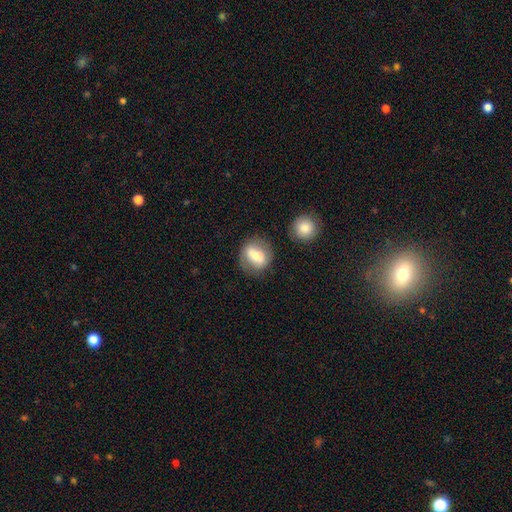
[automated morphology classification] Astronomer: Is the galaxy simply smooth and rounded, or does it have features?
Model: smooth — 62%.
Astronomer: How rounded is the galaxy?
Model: round — 55% (runner-up: in between, 42%).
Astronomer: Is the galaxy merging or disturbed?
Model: none — 74%.